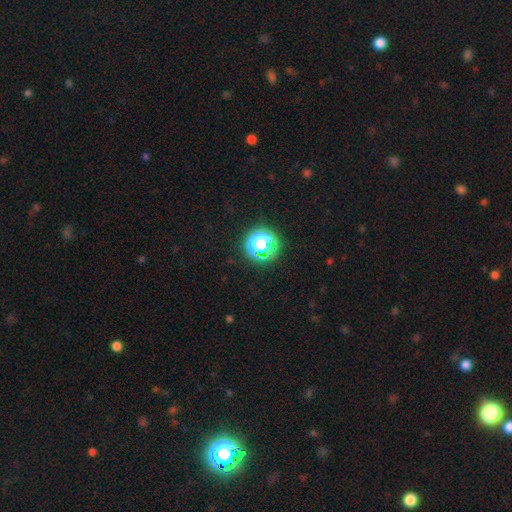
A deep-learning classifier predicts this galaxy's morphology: star or artifact 72%, smooth 21%, featured or disk 7%.